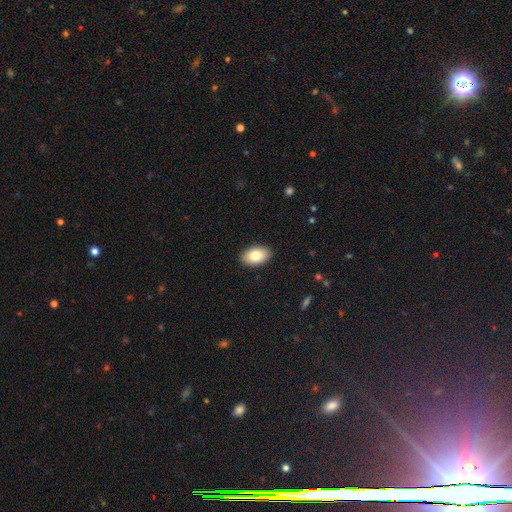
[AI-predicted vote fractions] Smooth or featured?
  - smooth: 82% *
  - featured or disk: 12%
  - star or artifact: 7%
How rounded?
  - in between: 93% *
  - round: 5%
  - cigar-shaped: 1%
Merging?
  - none: 90% *
  - minor disturbance: 8%
  - major disturbance: 2%
  - merger: 1%